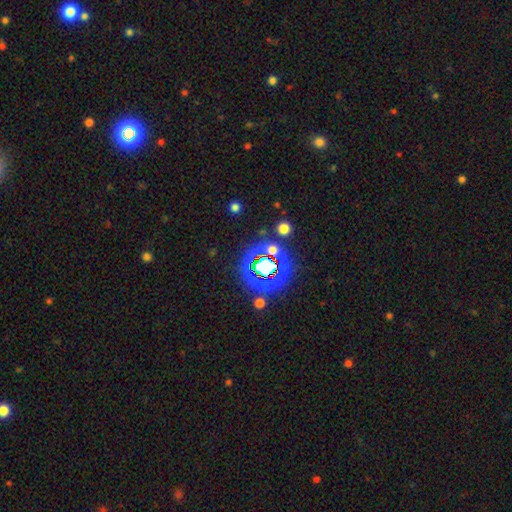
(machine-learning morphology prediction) Overall: star or artifact (80%).